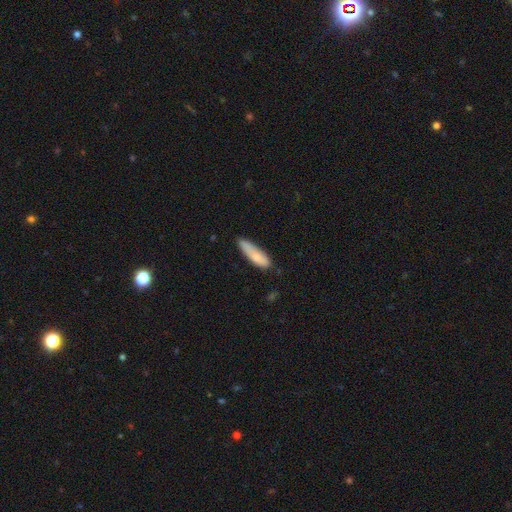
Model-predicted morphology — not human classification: smooth 80%, featured or disk 14%, star or artifact 6%. Down the decision tree: how rounded — cigar-shaped (63%); merging — none (65%).